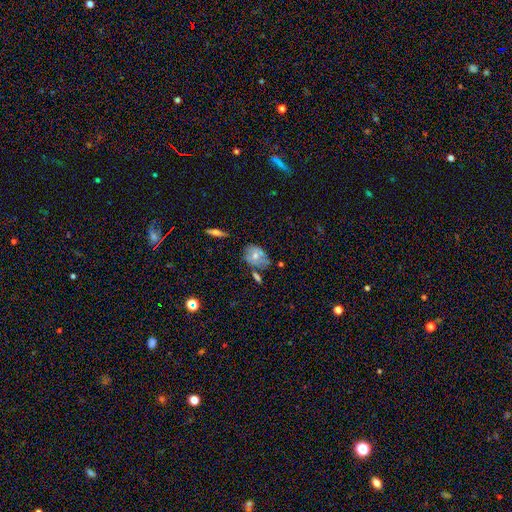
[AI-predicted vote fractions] smooth 50%, featured or disk 40%, star or artifact 10%. Down the decision tree: how rounded — in between (69%); merging — none (46%).